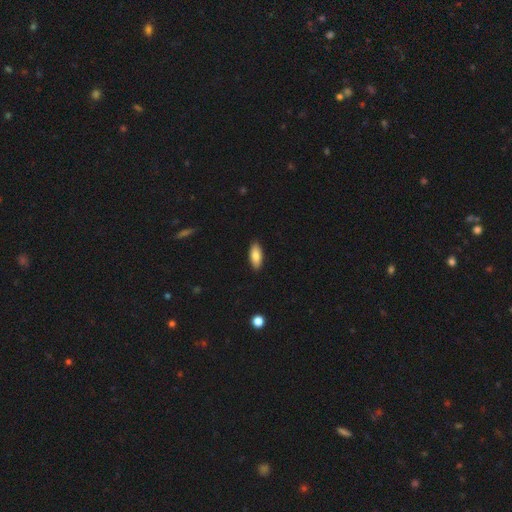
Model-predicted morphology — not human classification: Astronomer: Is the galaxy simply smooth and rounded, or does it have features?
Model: smooth — 84%.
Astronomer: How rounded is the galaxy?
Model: in between — 81%.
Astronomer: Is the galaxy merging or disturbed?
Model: none — 89%.